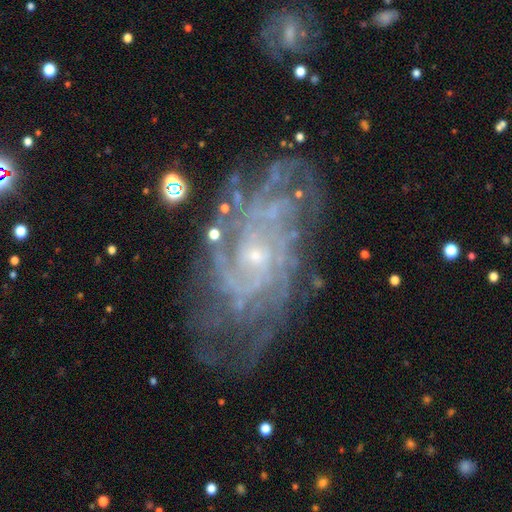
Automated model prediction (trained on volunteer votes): smooth-or-featured: featured or disk: 88% | star or artifact: 7% | smooth: 5%
  disk-edge-on: no: 96% | yes: 4%
    bar: no: 69% | weak: 25% | strong: 6%
    has-spiral-arms: yes: 97% | no: 3%
      spiral-winding: tight: 66% | medium: 27% | loose: 6%
      spiral-arm-count: can't tell: 32% | 4: 19% | more than 4: 18% | 3: 12% | 2: 12% | 1: 7%
    bulge-size: small: 80% | moderate: 15% | none: 4% | large: 1% | dominant: 1%
  merging: none: 70% | minor disturbance: 18% | major disturbance: 9% | merger: 3%